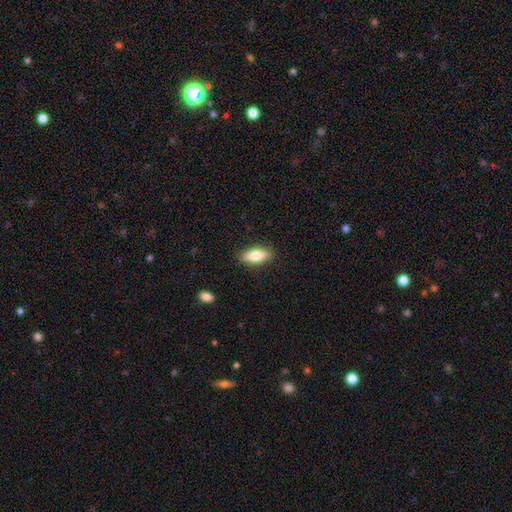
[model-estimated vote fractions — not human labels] This is likely a smooth galaxy (76%). How rounded: likely in between (69%). Merging: clearly none (87%).